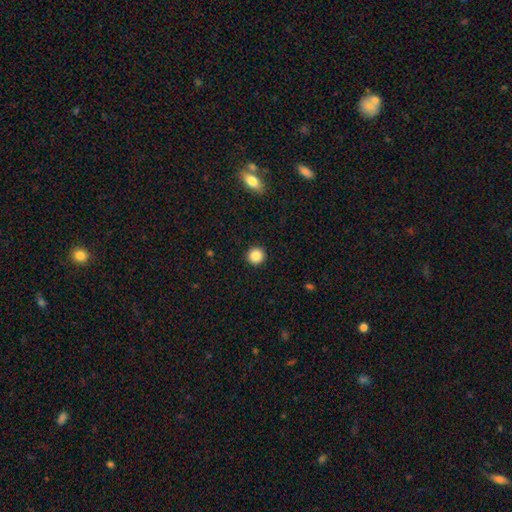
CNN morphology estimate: smooth 86%, star or artifact 10%, featured or disk 4%. Down the decision tree: how rounded — round (94%); merging — none (93%).